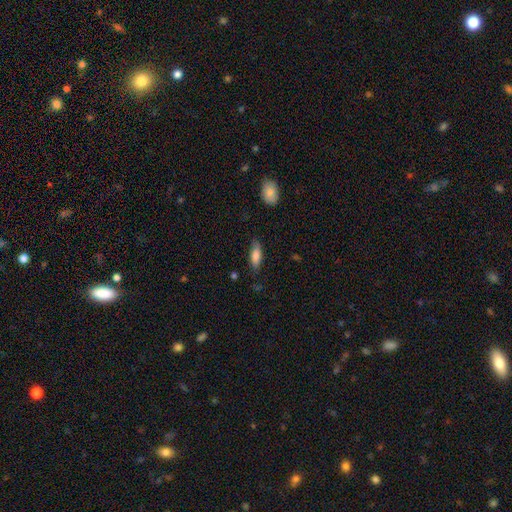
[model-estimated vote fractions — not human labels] This is clearly a smooth galaxy (80%). How rounded: likely in between (70%). Merging: likely none (69%).